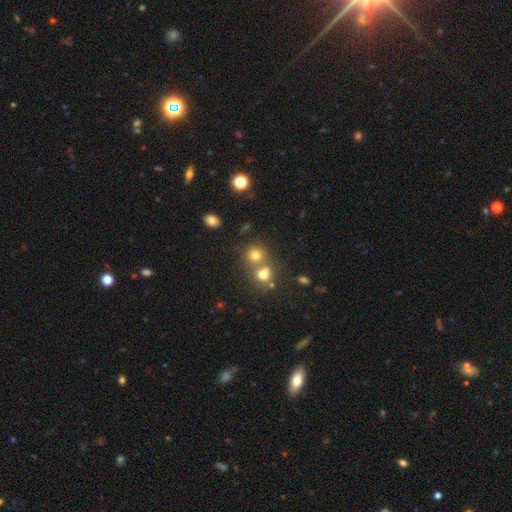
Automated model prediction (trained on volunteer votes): Morphology: type=smooth (73%); roundness=round (83%); merging=none (49%).